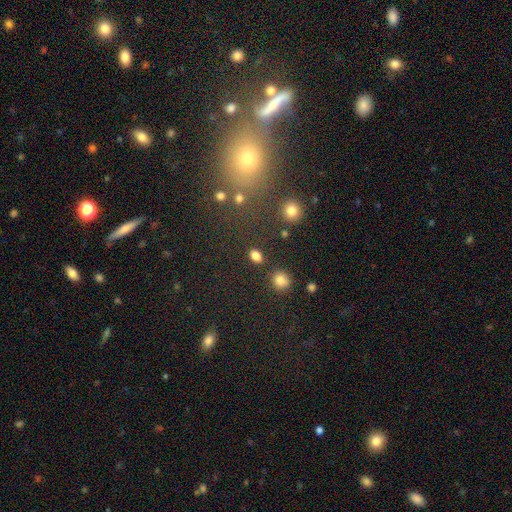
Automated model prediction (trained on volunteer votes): This is clearly a smooth galaxy (82%). How rounded: likely in between (75%). Merging: clearly none (82%).